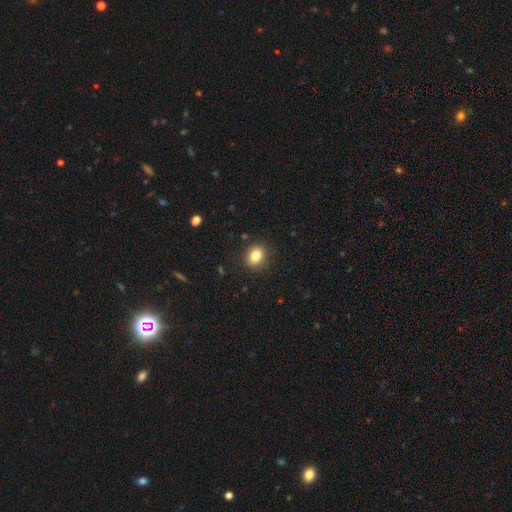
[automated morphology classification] The model was most divided on "how rounded": round: 50%, in between: 49%, cigar-shaped: 1%. More confident: merging — none (88%); smooth or featured — smooth (84%).